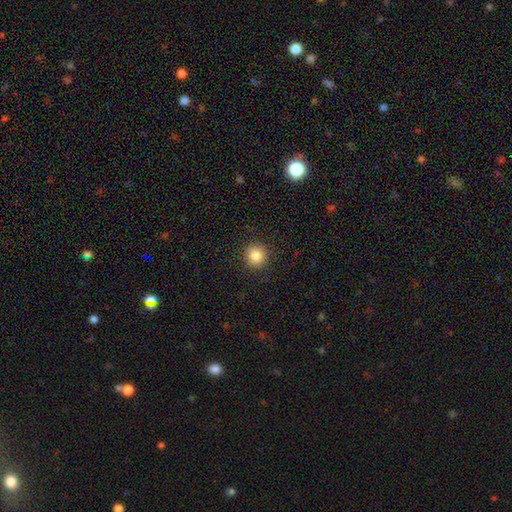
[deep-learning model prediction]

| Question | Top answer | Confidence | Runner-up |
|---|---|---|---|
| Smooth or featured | smooth | 85% | star or artifact (10%) |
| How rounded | round | 93% | in between (6%) |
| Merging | none | 91% | minor disturbance (6%) |